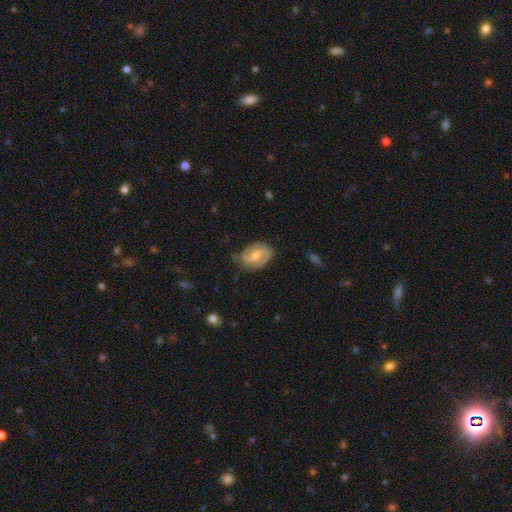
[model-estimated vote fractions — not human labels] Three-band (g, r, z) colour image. It shows a featured or disk galaxy (65%) with a weak bar (52%), 2 (79%) medium (47%) spiral arms (89%) and a moderate central bulge (52%). Merging: none (64%).